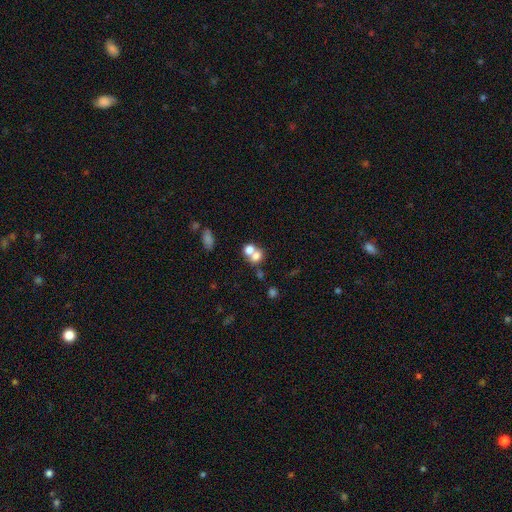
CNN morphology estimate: Q: Smooth or featured?
A: smooth (70%); runner-up: featured or disk (17%)
Q: How rounded?
A: round (62%); runner-up: in between (37%)
Q: Merging?
A: merger (59%); runner-up: none (30%)